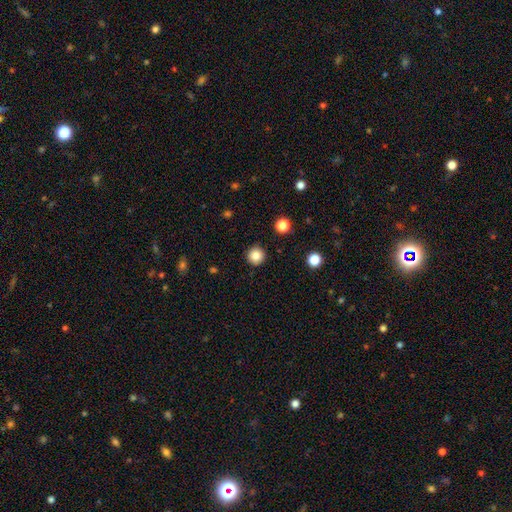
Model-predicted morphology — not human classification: Smooth or featured? Predicted: smooth (p=0.85). How rounded? Predicted: round (p=0.95). Merging? Predicted: none (p=0.91).